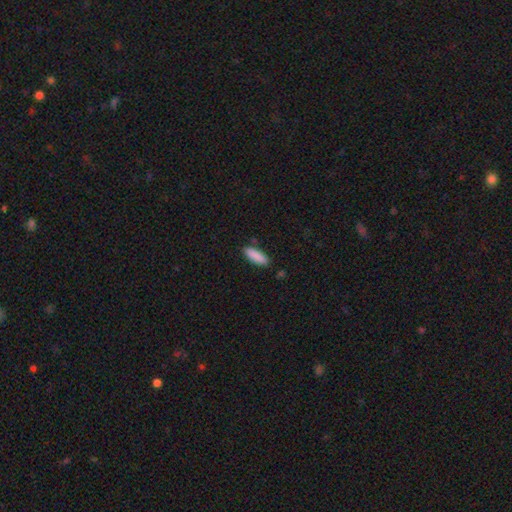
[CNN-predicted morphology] type=smooth (89%); roundness=in between (50%); merging=none (85%).